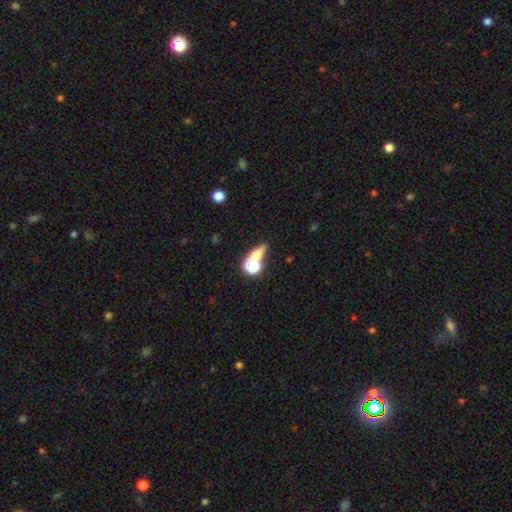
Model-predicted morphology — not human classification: Smooth or featured: smooth — 58% (featured or disk — 22%)
How rounded: in between — 40% (round — 38%)
Merging: none — 42% (tied with merger — 42%)